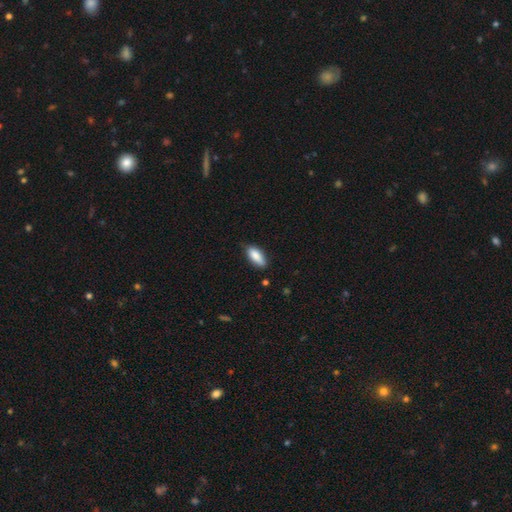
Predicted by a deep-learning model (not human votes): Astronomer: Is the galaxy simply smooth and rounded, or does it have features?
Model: smooth — 84%.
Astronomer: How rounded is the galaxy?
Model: in between — 79%.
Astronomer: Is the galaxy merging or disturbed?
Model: none — 75%.